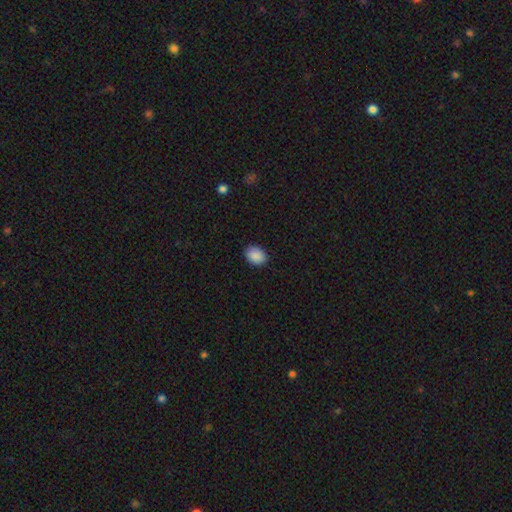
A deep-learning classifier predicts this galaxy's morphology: This appears to be a smooth galaxy with no disk features (90%) that is in between round and cigar-shaped (68%). Merging: none (89%).